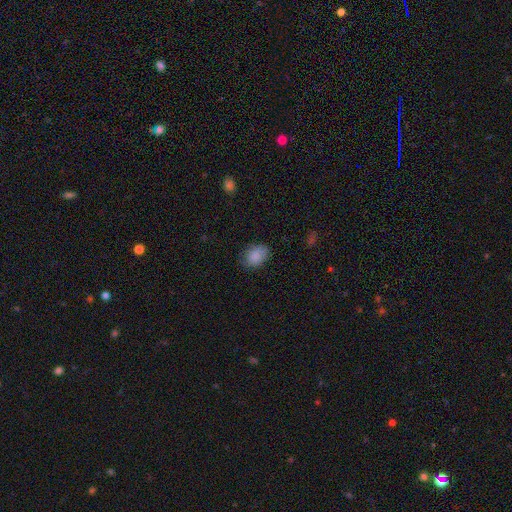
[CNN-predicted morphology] Overall: smooth (86%). How rounded: in between (73%). Merging: none (74%).